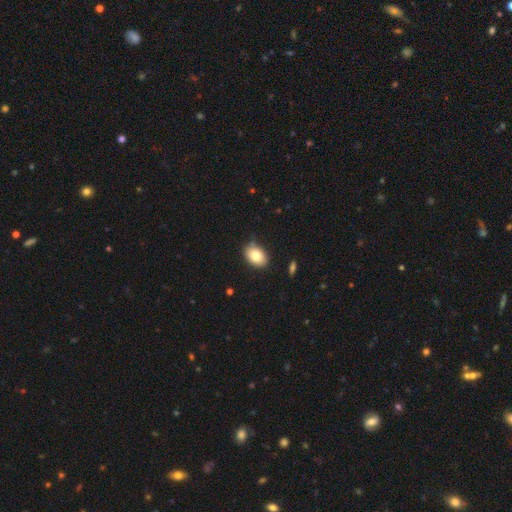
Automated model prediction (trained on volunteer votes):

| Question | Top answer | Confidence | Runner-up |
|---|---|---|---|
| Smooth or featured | smooth | 81% | featured or disk (11%) |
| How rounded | in between | 81% | round (18%) |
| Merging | none | 83% | minor disturbance (14%) |